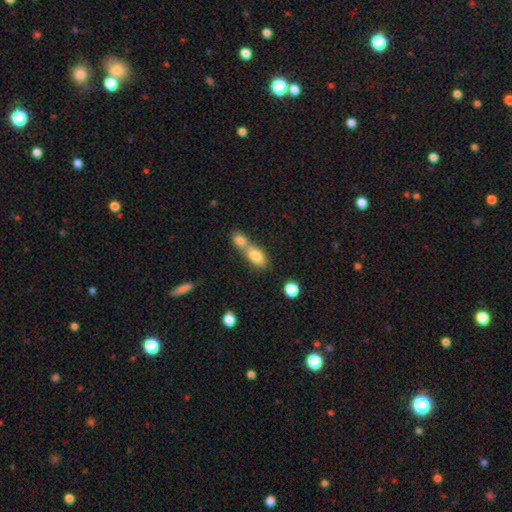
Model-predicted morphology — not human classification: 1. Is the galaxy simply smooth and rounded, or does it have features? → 79% smooth, 13% featured or disk, 8% star or artifact.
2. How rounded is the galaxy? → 79% in between, 13% round, 9% cigar-shaped.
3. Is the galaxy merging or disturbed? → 65% merger, 25% none, 7% minor disturbance, 3% major disturbance.